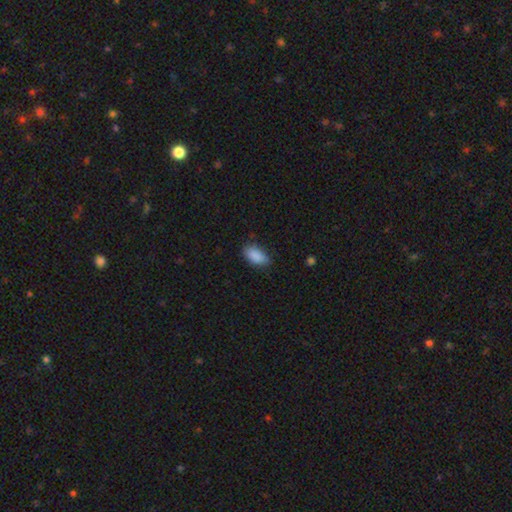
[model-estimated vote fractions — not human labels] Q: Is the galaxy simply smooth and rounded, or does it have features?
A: smooth — 89%.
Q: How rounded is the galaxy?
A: in between — 92%.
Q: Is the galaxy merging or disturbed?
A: none — 75%.